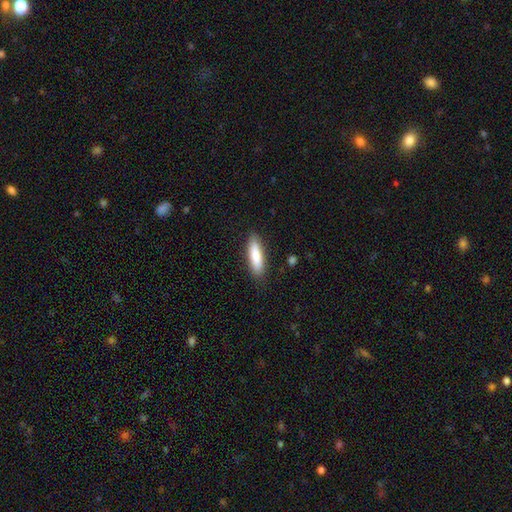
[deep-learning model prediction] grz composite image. It shows a smooth galaxy with no disk features (81%) that is cigar-shaped (59%). Merging: none (87%).